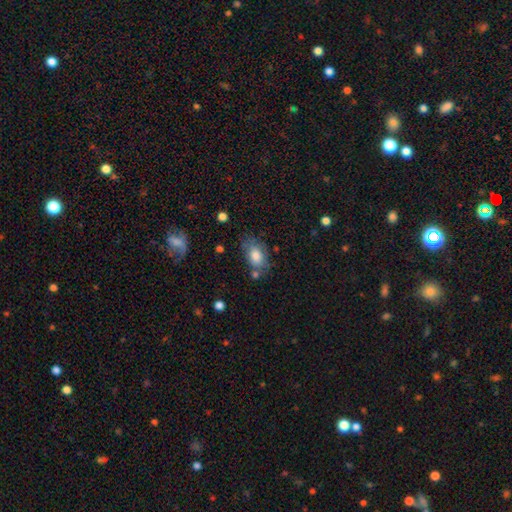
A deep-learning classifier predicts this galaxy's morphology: smooth_or_featured: smooth (p=0.79) [alt: featured or disk p=0.13]
how_rounded: in between (p=0.88) [alt: round p=0.11]
merging: none (p=0.61) [alt: minor disturbance p=0.23]